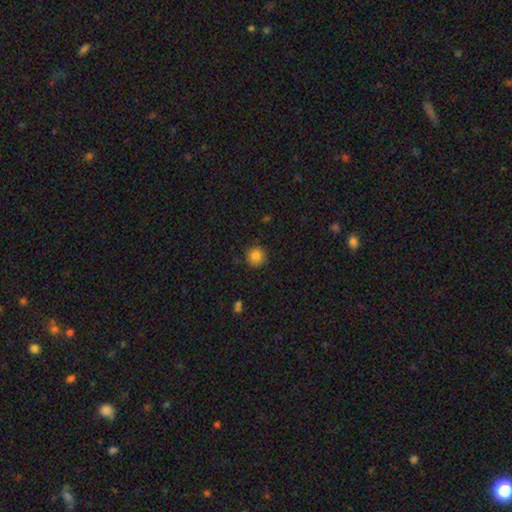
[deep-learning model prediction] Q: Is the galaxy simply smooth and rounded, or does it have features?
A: smooth — 85%.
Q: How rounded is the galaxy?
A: round — 93%.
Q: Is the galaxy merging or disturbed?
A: none — 85%.